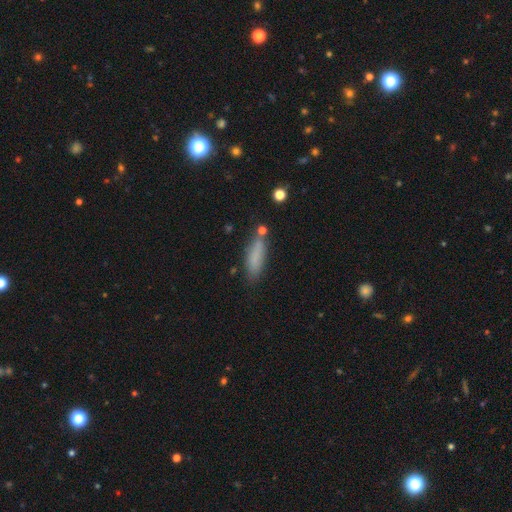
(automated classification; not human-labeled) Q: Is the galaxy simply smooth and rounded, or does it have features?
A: smooth — 80%.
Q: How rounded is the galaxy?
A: cigar-shaped — 53%.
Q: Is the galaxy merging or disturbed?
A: none — 72%.